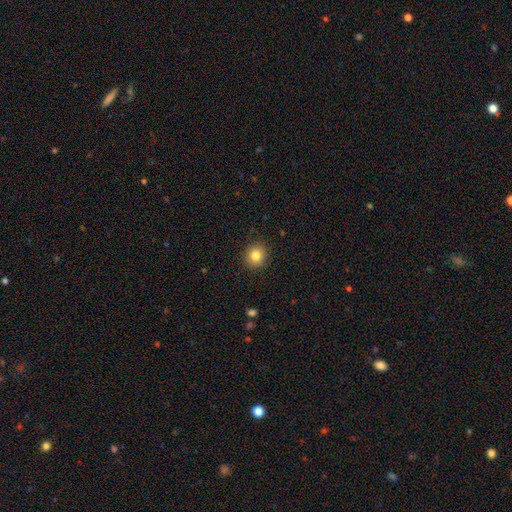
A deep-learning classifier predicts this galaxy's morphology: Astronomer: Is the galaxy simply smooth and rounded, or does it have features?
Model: smooth — 82%.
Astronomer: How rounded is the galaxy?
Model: round — 87%.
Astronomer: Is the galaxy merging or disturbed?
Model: none — 91%.